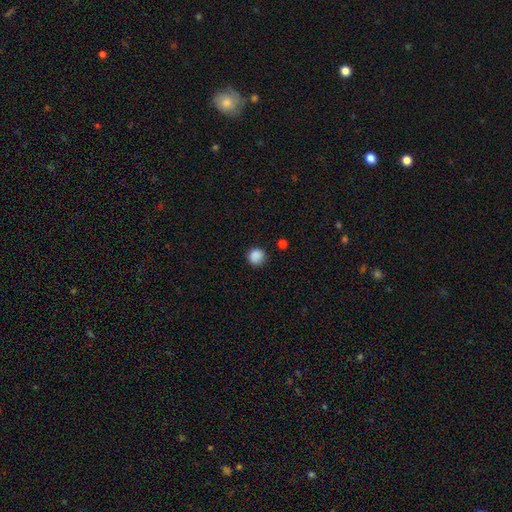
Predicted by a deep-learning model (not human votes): Smooth or featured?
  - smooth: 87% *
  - star or artifact: 10%
  - featured or disk: 3%
How rounded?
  - round: 92% *
  - in between: 7%
  - cigar-shaped: 1%
Merging?
  - none: 86% *
  - minor disturbance: 10%
  - major disturbance: 3%
  - merger: 2%